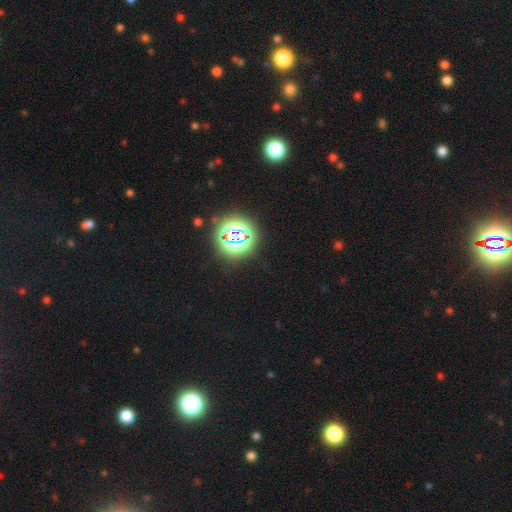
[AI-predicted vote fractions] This is likely a star or artifact rather than a galaxy (78%).